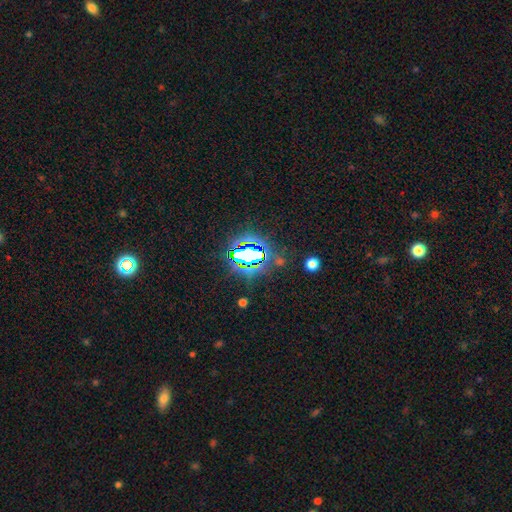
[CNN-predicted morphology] A star or artifact, not a galaxy (78%).

Vote fractions:
- Smooth or featured? star or artifact: 78% / smooth: 14% / featured or disk: 8%